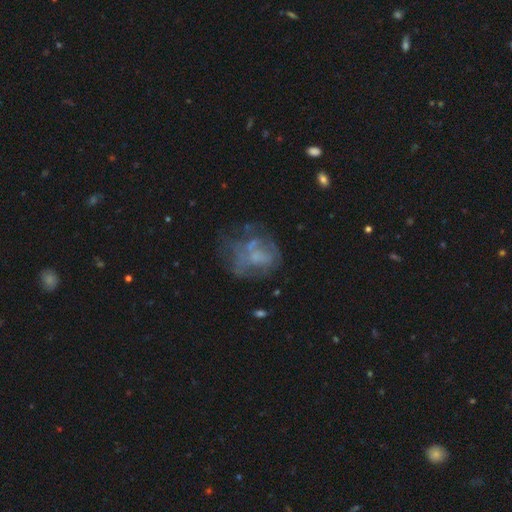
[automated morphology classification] smooth_or_featured: featured or disk (p=0.55) [alt: smooth p=0.29]
disk_edge_on: no (p=0.98) [alt: yes p=0.02]
bar: no (p=0.87) [alt: weak p=0.11]
has_spiral_arms: no (p=0.82) [alt: yes p=0.18]
bulge_size: none (p=0.53) [alt: small p=0.25]
merging: none (p=0.43) [alt: major disturbance p=0.31]